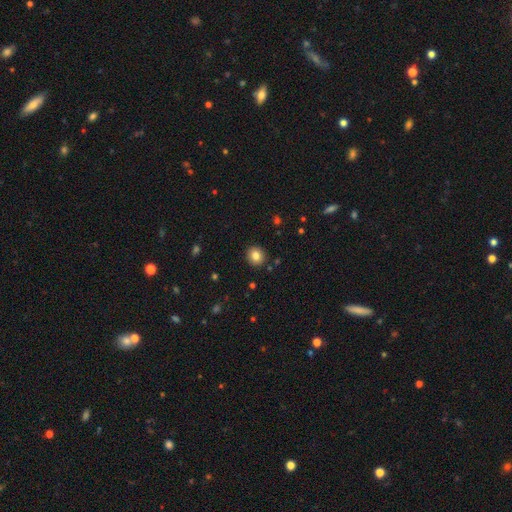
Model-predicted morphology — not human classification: Smooth or featured: smooth — 82% (star or artifact — 10%)
How rounded: round — 88% (in between — 11%)
Merging: none — 91% (minor disturbance — 6%)